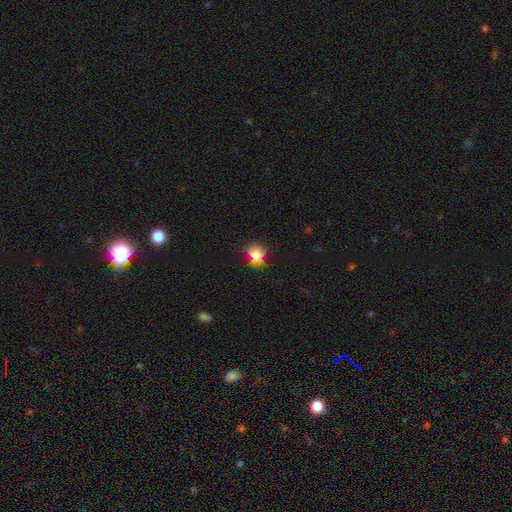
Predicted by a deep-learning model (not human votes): This is clearly a smooth galaxy (80%). How rounded: likely round (73%). Merging: likely none (76%).